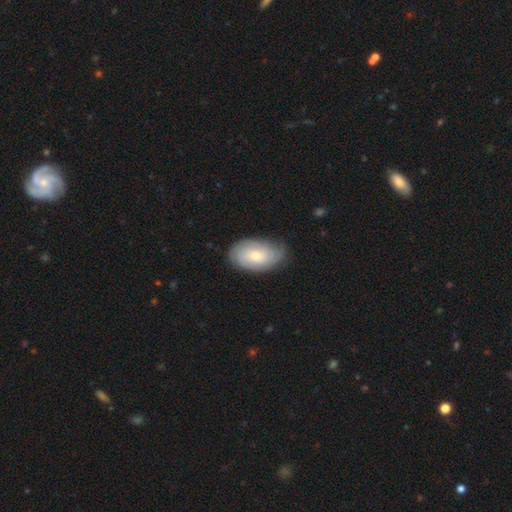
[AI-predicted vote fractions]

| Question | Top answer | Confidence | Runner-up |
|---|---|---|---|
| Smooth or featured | smooth | 56% | featured or disk (38%) |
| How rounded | in between | 93% | round (5%) |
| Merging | none | 76% | minor disturbance (19%) |